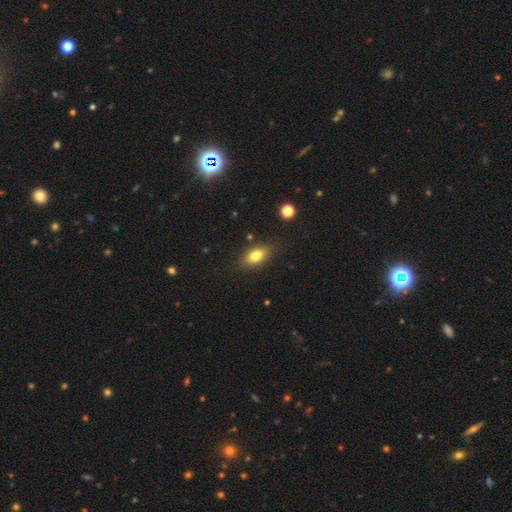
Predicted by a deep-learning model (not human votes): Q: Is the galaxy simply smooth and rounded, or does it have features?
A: smooth — 80%.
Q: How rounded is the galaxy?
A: in between — 86%.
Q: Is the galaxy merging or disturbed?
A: none — 81%.